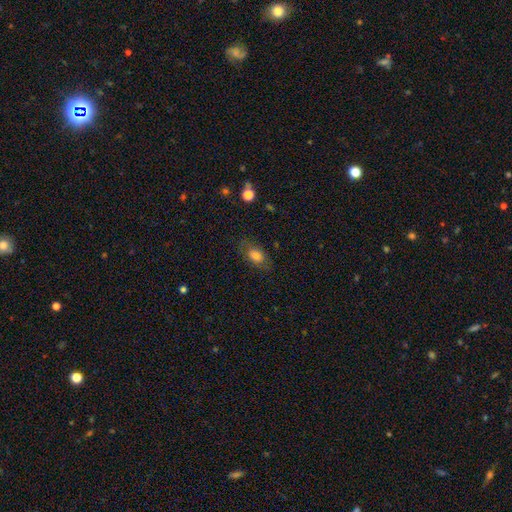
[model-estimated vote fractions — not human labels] smooth-or-featured: smooth: 75% | featured or disk: 15% | star or artifact: 10%
  how-rounded: in between: 84% | round: 14% | cigar-shaped: 3%
  merging: none: 73% | minor disturbance: 18% | major disturbance: 8% | merger: 1%